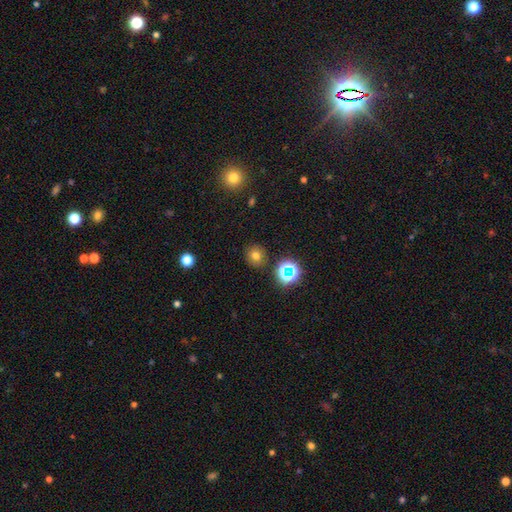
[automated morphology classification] Smooth or featured? Predicted: smooth (p=0.69). How rounded? Predicted: round (p=0.89). Merging? Predicted: none (p=0.88).